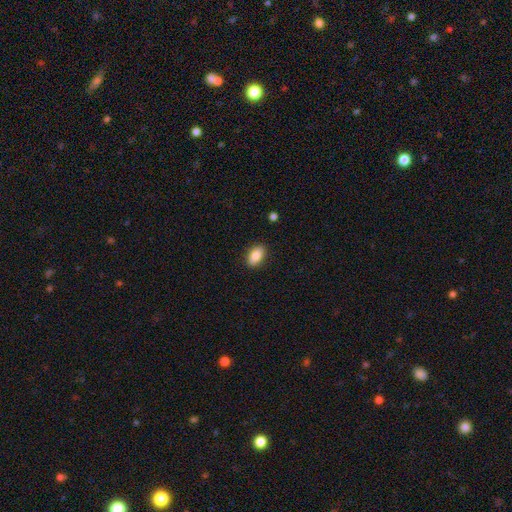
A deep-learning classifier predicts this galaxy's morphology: type=smooth (84%); roundness=in between (90%); merging=none (87%).